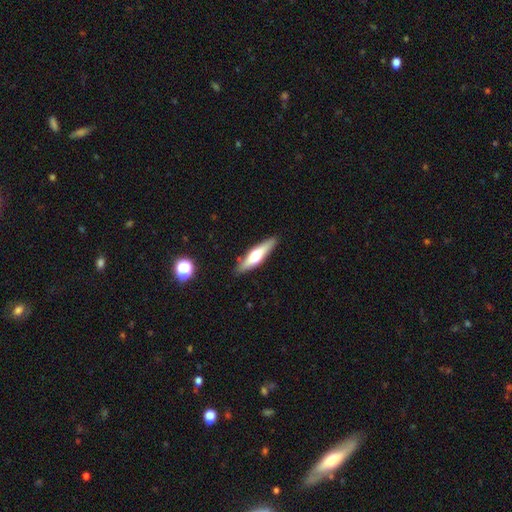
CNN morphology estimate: smooth_or_featured: featured or disk (p=0.49) [alt: smooth p=0.45]
merging: none (p=0.88) [alt: minor disturbance p=0.09]